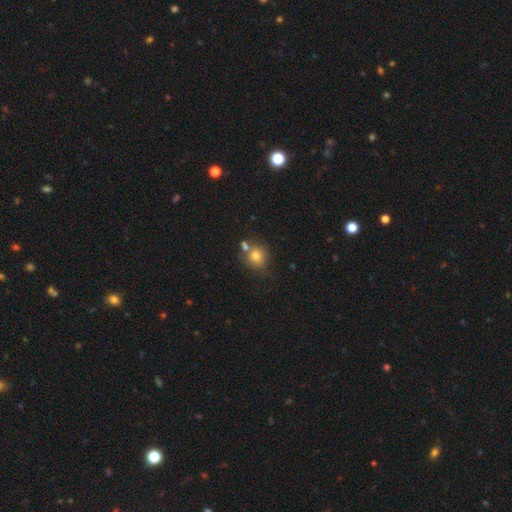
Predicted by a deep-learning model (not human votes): This appears to be a smooth galaxy with no disk features (77%) that is round (82%). Merging: none (60%).